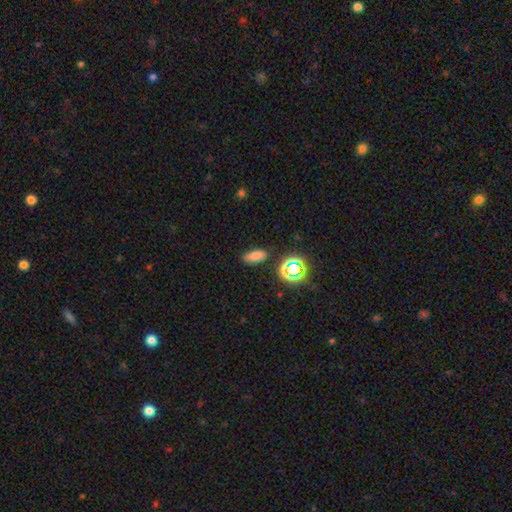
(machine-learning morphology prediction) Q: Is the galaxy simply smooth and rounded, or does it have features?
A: smooth — 75%.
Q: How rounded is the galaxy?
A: in between — 80%.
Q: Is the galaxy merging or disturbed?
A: none — 84%.